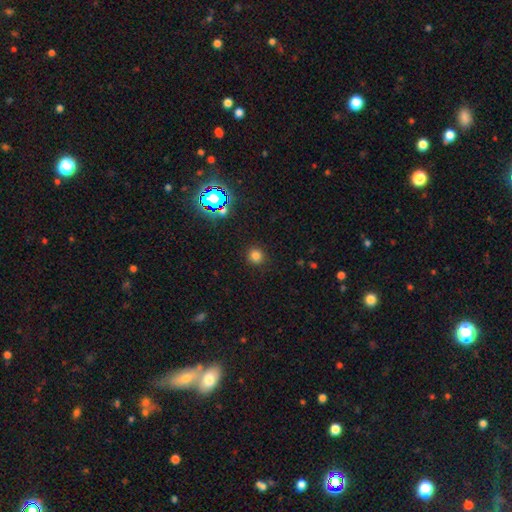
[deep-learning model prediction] Smooth or featured: smooth — 78% (star or artifact — 17%)
How rounded: round — 91% (in between — 8%)
Merging: none — 90% (minor disturbance — 6%)